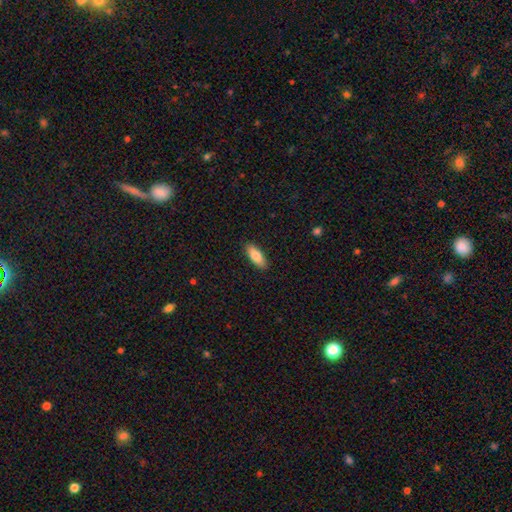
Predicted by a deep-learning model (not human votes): Smooth or featured? Predicted: smooth (p=0.81). How rounded? Predicted: in between (p=0.72). Merging? Predicted: none (p=0.89).